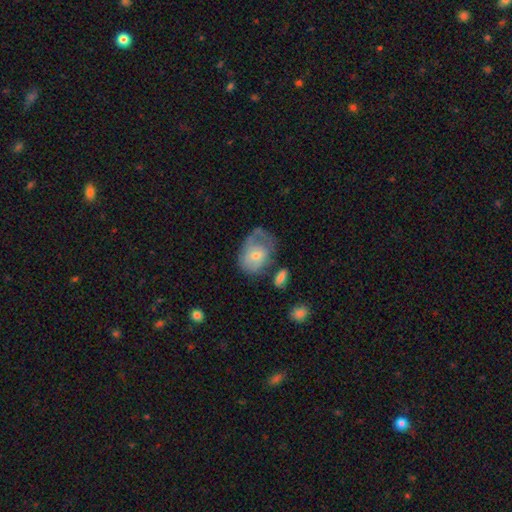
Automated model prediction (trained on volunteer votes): smooth_or_featured: smooth (p=0.52) [alt: featured or disk p=0.41]
how_rounded: in between (p=0.66) [alt: round p=0.33]
merging: none (p=0.34) [alt: minor disturbance p=0.30]